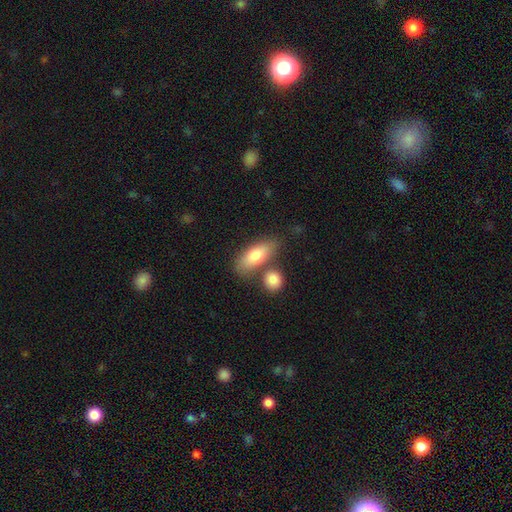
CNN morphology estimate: Smooth or featured: smooth — 76% (featured or disk — 18%)
How rounded: in between — 77% (cigar-shaped — 18%)
Merging: none — 61% (merger — 22%)